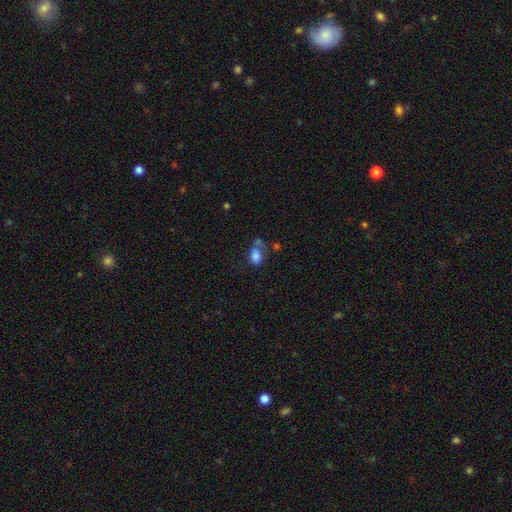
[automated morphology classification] This appears to be a smooth galaxy with no disk features (77%) that is in between round and cigar-shaped (80%). Merging: none (34%).